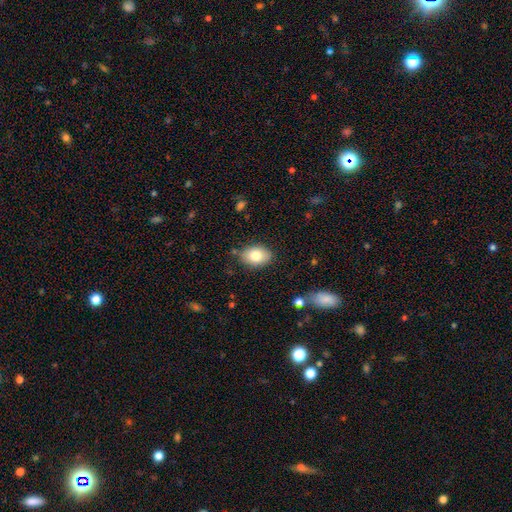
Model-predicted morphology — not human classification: type=smooth (80%); roundness=in between (82%); merging=none (84%).